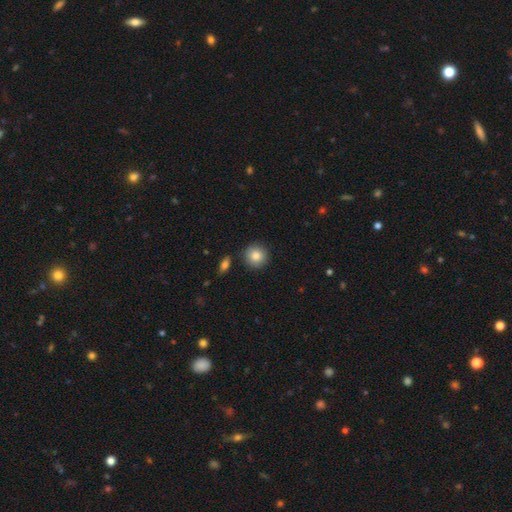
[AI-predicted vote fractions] The model was most divided on "smooth or featured": smooth: 85%, star or artifact: 8%, featured or disk: 7%. More confident: how rounded — round (92%); merging — none (87%).